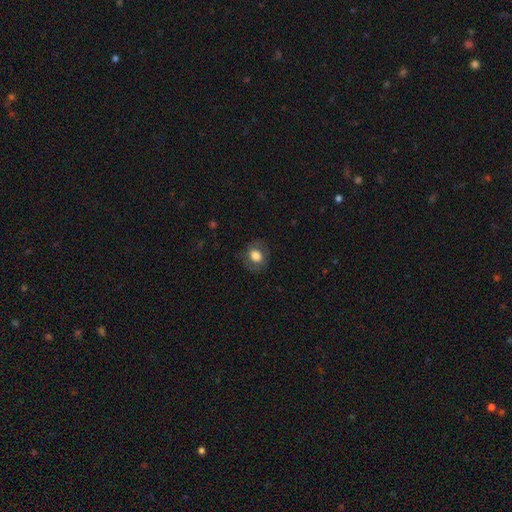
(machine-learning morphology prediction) Smooth or featured?
  - smooth: 74% *
  - featured or disk: 17%
  - star or artifact: 9%
How rounded?
  - round: 54% *
  - in between: 45%
  - cigar-shaped: 1%
Merging?
  - none: 76% *
  - minor disturbance: 15%
  - major disturbance: 7%
  - merger: 1%